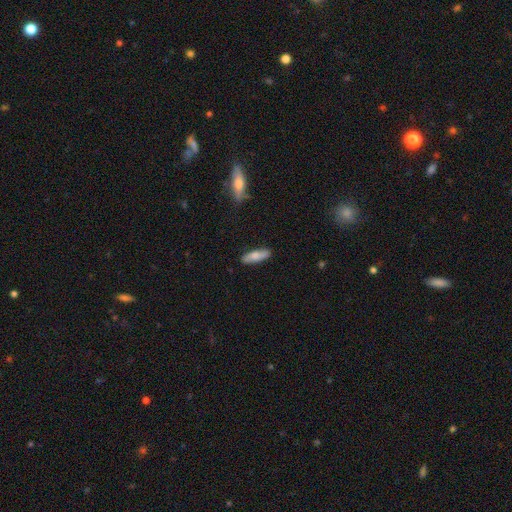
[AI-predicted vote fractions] smooth 75%, featured or disk 19%, star or artifact 6%. Down the decision tree: how rounded — cigar-shaped (56%); merging — none (85%).